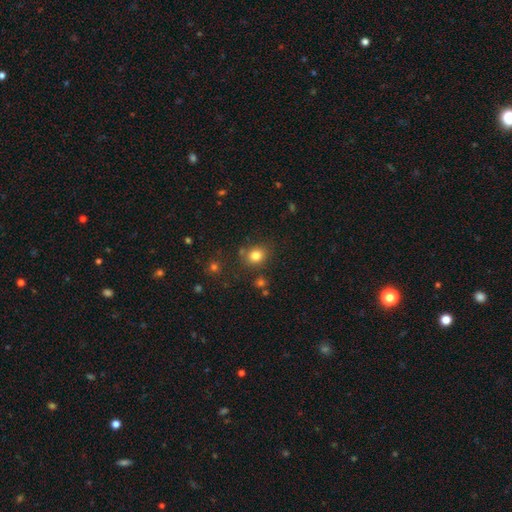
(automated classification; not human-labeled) Overall: smooth (81%). How rounded: round (68%; in between 31%). Merging: none (77%).